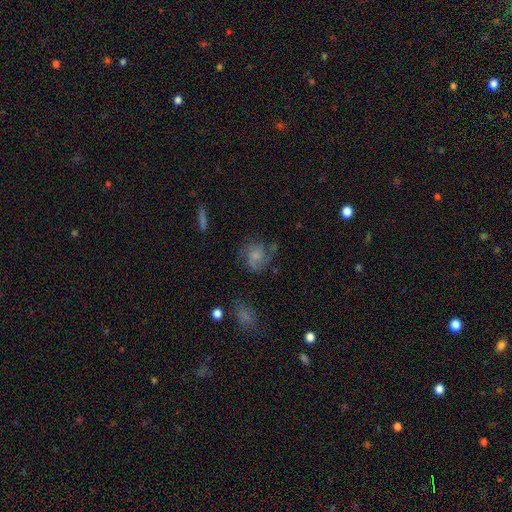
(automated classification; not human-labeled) This is possibly a smooth galaxy (54%). How rounded: likely round (72%). Merging: possibly none (54%).